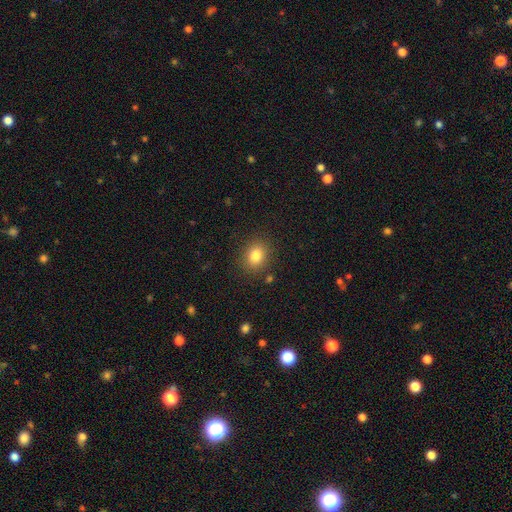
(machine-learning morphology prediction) Smooth or featured: smooth — 82% (star or artifact — 11%)
How rounded: round — 53% (in between — 46%)
Merging: none — 86% (minor disturbance — 9%)